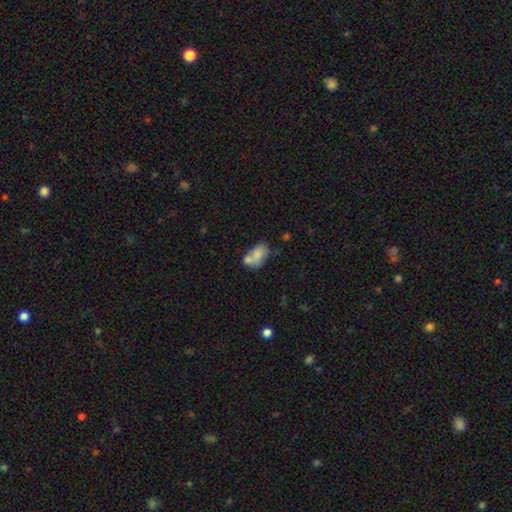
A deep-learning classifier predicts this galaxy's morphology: Smooth or featured?
  - smooth: 73% *
  - featured or disk: 19%
  - star or artifact: 8%
How rounded?
  - in between: 86% *
  - round: 12%
  - cigar-shaped: 2%
Merging?
  - merger: 44% *
  - none: 34%
  - minor disturbance: 16%
  - major disturbance: 6%